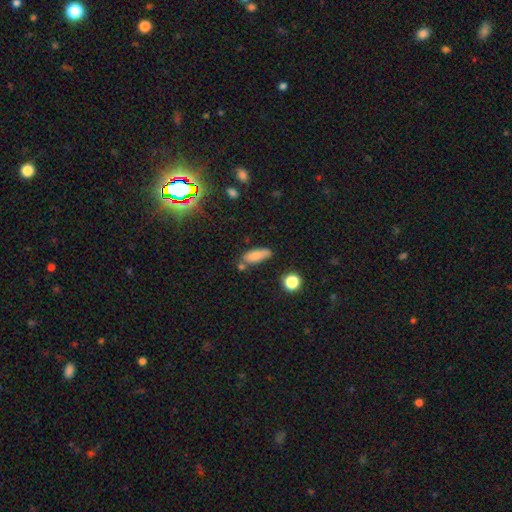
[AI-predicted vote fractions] Smooth or featured: smooth — 79% (featured or disk — 12%)
How rounded: in between — 64% (cigar-shaped — 33%)
Merging: none — 64% (minor disturbance — 20%)